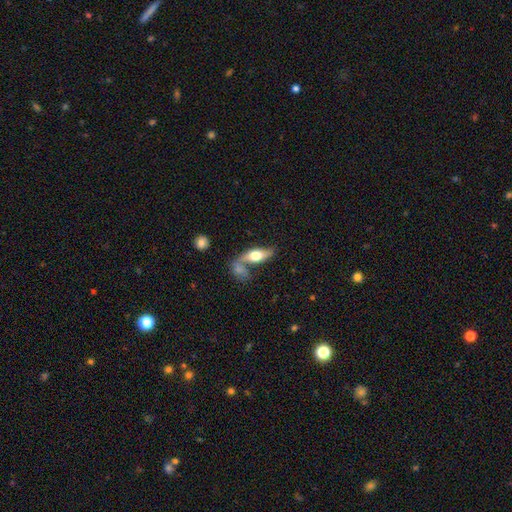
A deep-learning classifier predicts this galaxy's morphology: A smooth galaxy with no disk features (53%) that is in between round and cigar-shaped (69%). Merging: merger (39%, tied with none).